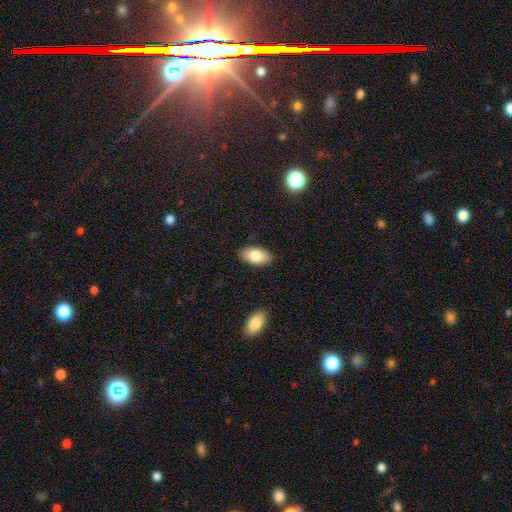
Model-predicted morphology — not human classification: smooth 82%, featured or disk 12%, star or artifact 7%. Down the decision tree: how rounded — in between (94%); merging — none (87%).